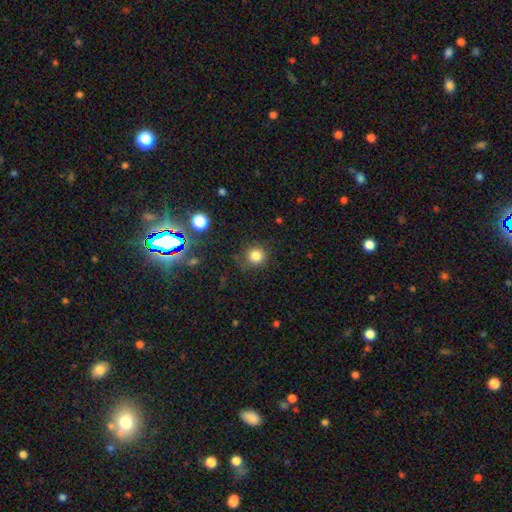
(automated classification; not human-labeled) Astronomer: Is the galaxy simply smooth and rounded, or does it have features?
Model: smooth — 81%.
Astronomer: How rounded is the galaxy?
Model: round — 91%.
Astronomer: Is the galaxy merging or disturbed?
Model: none — 83%.